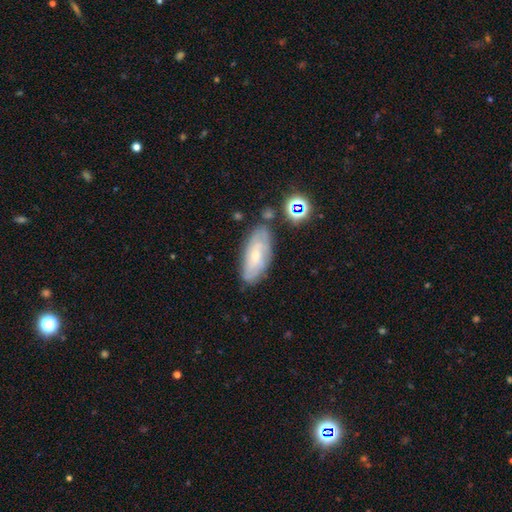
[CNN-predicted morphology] Q: Smooth or featured?
A: featured or disk (48%); runner-up: smooth (42%)
Q: Merging?
A: none (69%); runner-up: minor disturbance (20%)